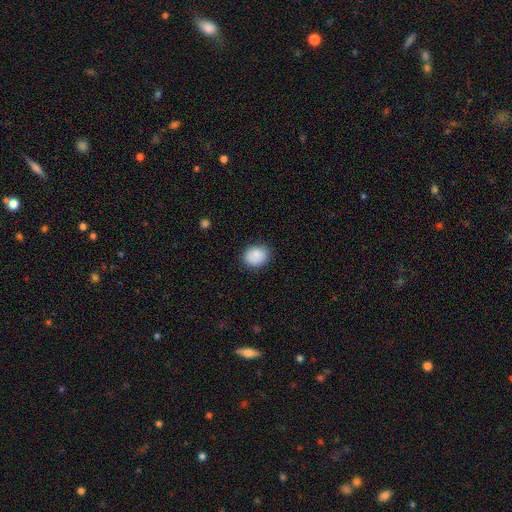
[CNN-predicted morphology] A smooth galaxy with no disk features (87%) that is round (60%). Merging: none (84%).